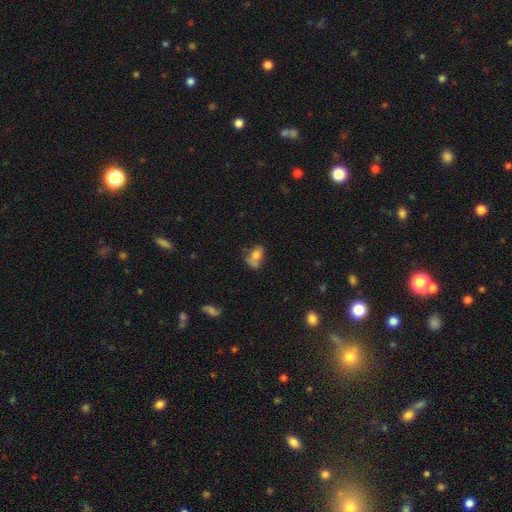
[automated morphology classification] Overall: smooth (72%). How rounded: in between (78%). Merging: merger (32%, tied with none).